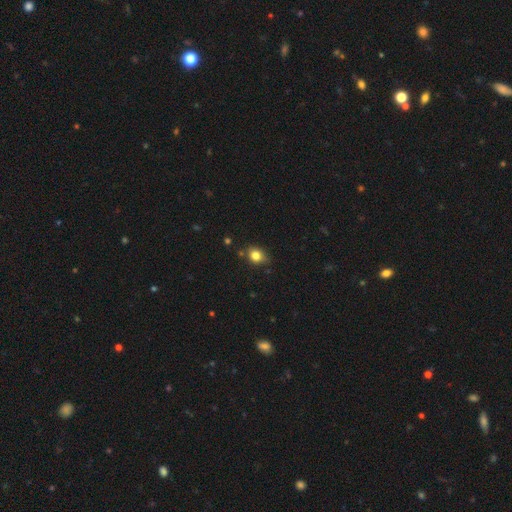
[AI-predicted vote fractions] Q: Smooth or featured?
A: smooth (81%); runner-up: star or artifact (11%)
Q: How rounded?
A: round (50%); runner-up: in between (48%)
Q: Merging?
A: none (74%); runner-up: minor disturbance (19%)